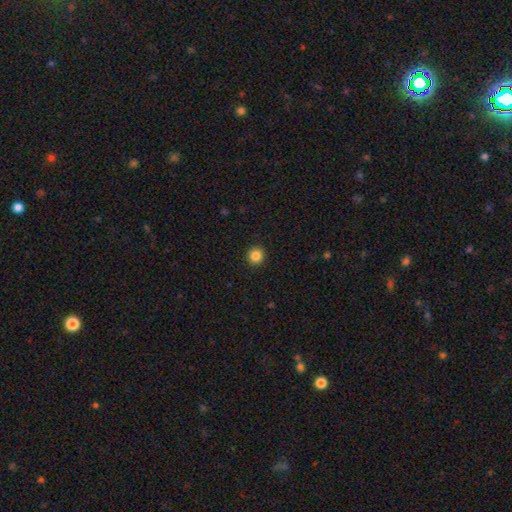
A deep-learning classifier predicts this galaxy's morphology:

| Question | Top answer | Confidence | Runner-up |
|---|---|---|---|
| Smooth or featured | smooth | 85% | star or artifact (11%) |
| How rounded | round | 94% | in between (5%) |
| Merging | none | 93% | minor disturbance (5%) |